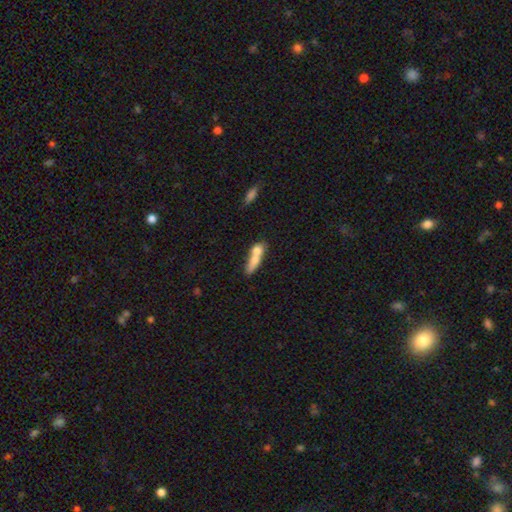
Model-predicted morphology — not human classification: This appears to be a smooth galaxy with no disk features (65%) that is cigar-shaped (49%). Merging: merger (59%).